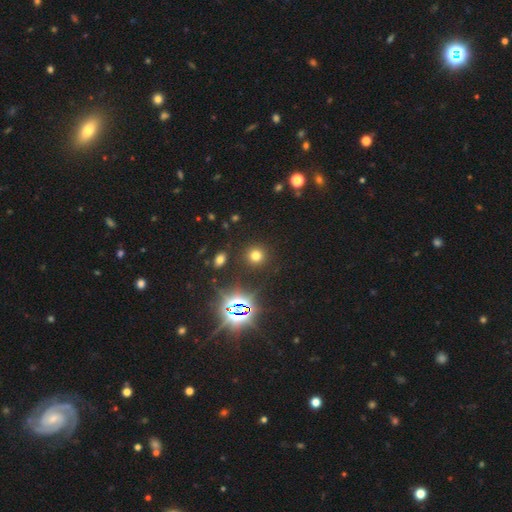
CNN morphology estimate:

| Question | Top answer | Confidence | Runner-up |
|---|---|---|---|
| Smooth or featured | smooth | 66% | star or artifact (27%) |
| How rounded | round | 91% | in between (8%) |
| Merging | none | 90% | minor disturbance (6%) |